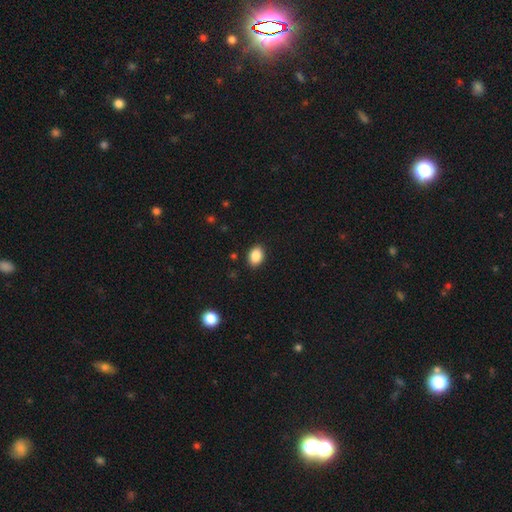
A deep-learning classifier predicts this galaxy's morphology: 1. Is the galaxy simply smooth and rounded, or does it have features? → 88% smooth, 8% star or artifact, 4% featured or disk.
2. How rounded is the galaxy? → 78% in between, 21% round, 1% cigar-shaped.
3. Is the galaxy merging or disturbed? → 89% none, 8% minor disturbance, 2% major disturbance, 1% merger.